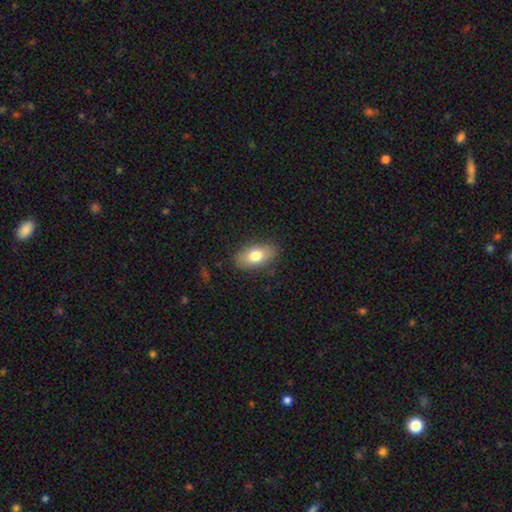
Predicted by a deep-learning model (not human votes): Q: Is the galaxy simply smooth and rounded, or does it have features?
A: smooth — 77%.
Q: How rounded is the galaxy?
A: in between — 90%.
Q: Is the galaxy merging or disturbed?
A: none — 84%.